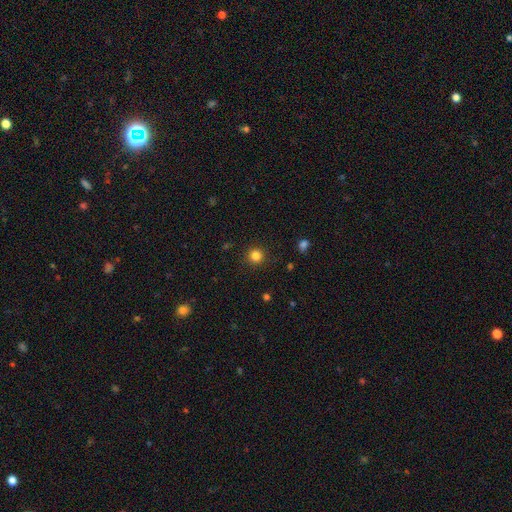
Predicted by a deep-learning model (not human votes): smooth 83%, star or artifact 13%, featured or disk 4%. Down the decision tree: how rounded — round (94%); merging — none (91%).